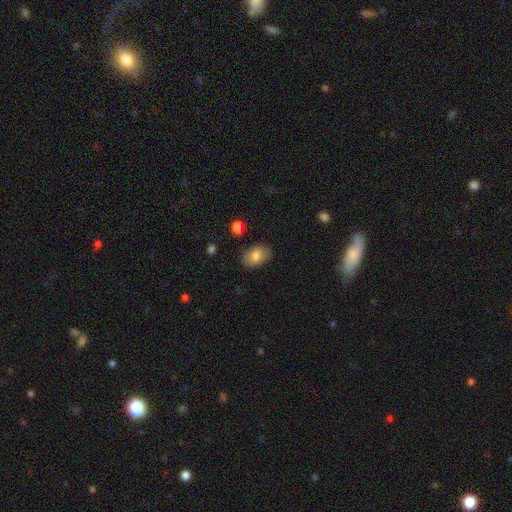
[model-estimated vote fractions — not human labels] Smooth or featured: smooth — 81% (featured or disk — 11%)
How rounded: in between — 87% (round — 12%)
Merging: none — 83% (minor disturbance — 12%)